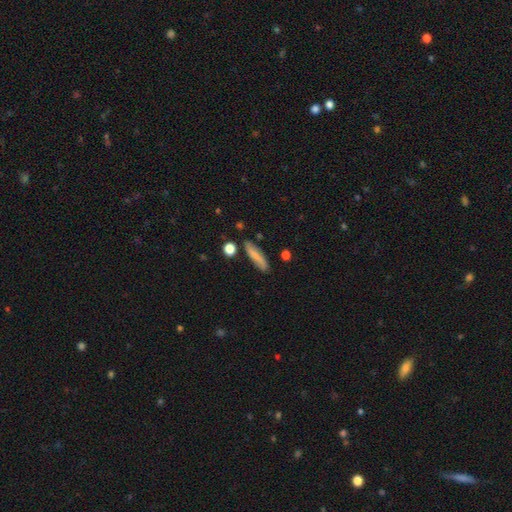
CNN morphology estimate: Overall: smooth (73%). How rounded: cigar-shaped (77%). Merging: none (80%).